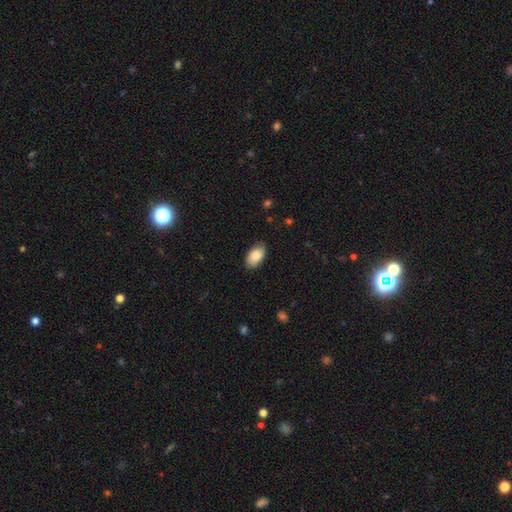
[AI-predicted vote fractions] This appears to be a smooth galaxy with no disk features (84%) that is in between round and cigar-shaped (95%). Merging: none (82%).